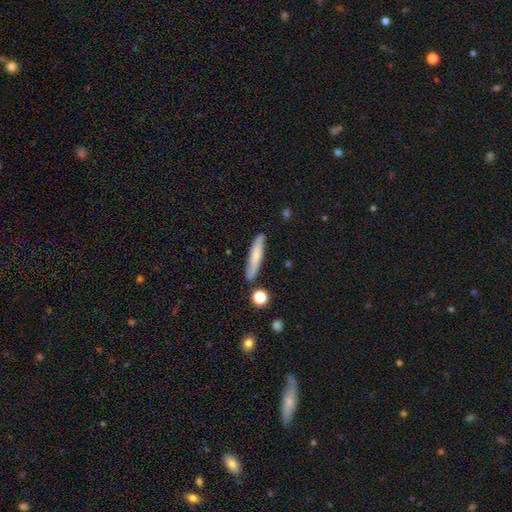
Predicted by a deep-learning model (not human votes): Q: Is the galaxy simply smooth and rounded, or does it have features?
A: smooth — 69%.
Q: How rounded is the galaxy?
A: cigar-shaped — 87%.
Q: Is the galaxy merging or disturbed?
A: none — 80%.